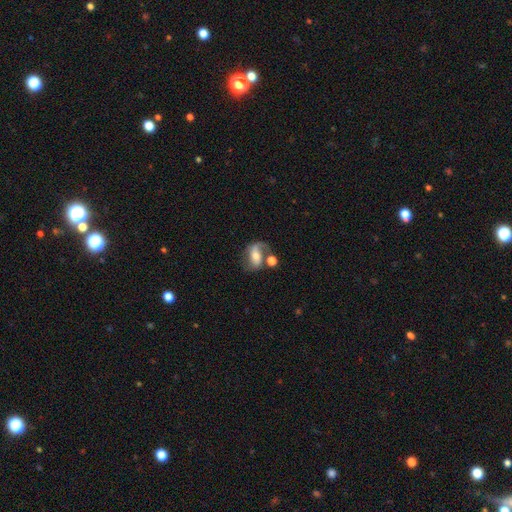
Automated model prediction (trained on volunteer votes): Smooth or featured?
  - featured or disk: 66% *
  - smooth: 26%
  - star or artifact: 8%
Edge-on disk?
  - no: 96% *
  - yes: 4%
Bar?
  - weak: 38% *
  - no: 32%
  - strong: 31%
Spiral arms?
  - yes: 84% *
  - no: 16%
Spiral winding?
  - loose: 47% *
  - medium: 39%
  - tight: 14%
Spiral arm count?
  - 2: 65% *
  - 1: 28%
  - can't tell: 6%
  - 3: 1%
  - 4: 1%
  - more than 4: 1%
Bulge size?
  - moderate: 58% *
  - small: 27%
  - large: 10%
  - none: 4%
  - dominant: 2%
Merging?
  - none: 44% *
  - merger: 23%
  - minor disturbance: 17%
  - major disturbance: 16%